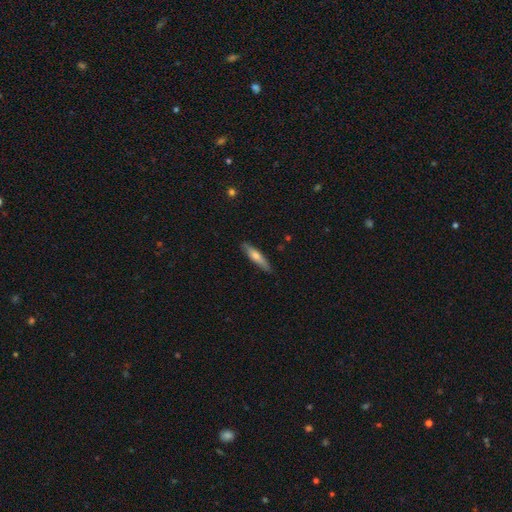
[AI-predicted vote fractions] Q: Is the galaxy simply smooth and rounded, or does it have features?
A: smooth — 57%.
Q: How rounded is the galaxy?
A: cigar-shaped — 84%.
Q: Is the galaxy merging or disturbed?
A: none — 85%.